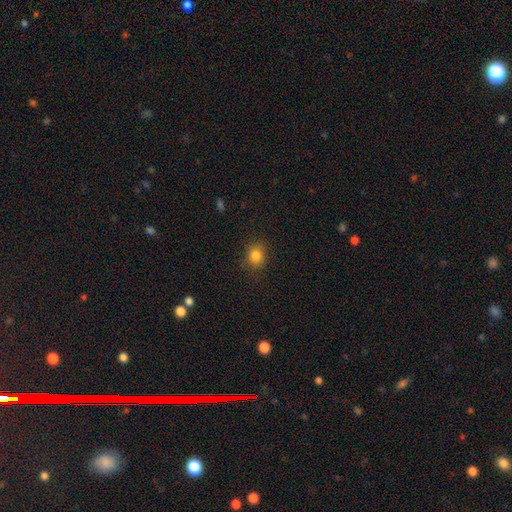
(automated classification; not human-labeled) Smooth or featured? Predicted: smooth (p=0.83). How rounded? Predicted: round (p=0.67). Merging? Predicted: none (p=0.84).